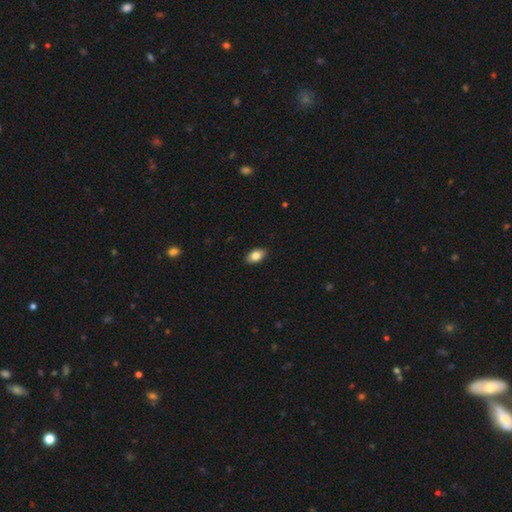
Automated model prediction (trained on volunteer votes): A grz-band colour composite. It shows a smooth galaxy with no disk features (83%) that is in between round and cigar-shaped (92%). Merging: none (90%).